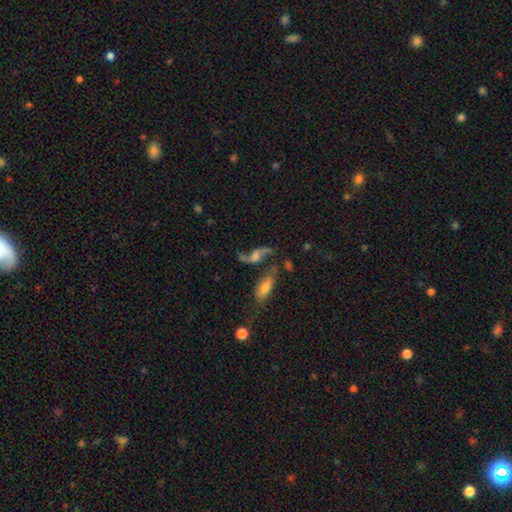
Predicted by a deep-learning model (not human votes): smooth-or-featured: featured or disk: 72% | smooth: 18% | star or artifact: 10%
  disk-edge-on: no: 89% | yes: 11%
    bar: no: 56% | weak: 33% | strong: 10%
    has-spiral-arms: yes: 88% | no: 12%
      spiral-winding: loose: 87% | medium: 10% | tight: 3%
      spiral-arm-count: 2: 89% | 1: 5% | can't tell: 3% | 3: 1% | 4: 1% | more than 4: 1%
    bulge-size: none: 30% | moderate: 28% | small: 26% | large: 13% | dominant: 3%
  merging: none: 46% | merger: 21% | minor disturbance: 17% | major disturbance: 16%